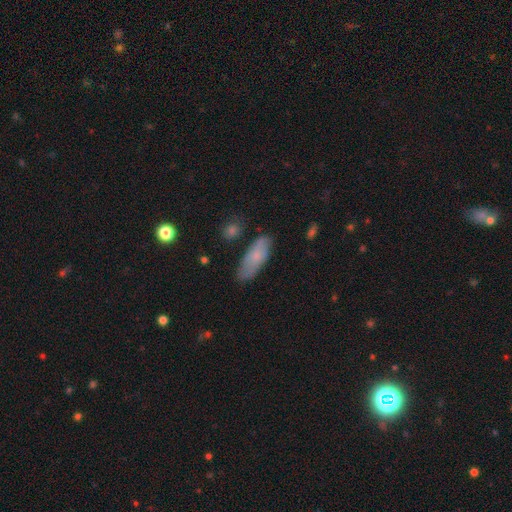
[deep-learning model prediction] smooth 71%, featured or disk 22%, star or artifact 7%. Down the decision tree: how rounded — in between (70%); merging — none (73%).